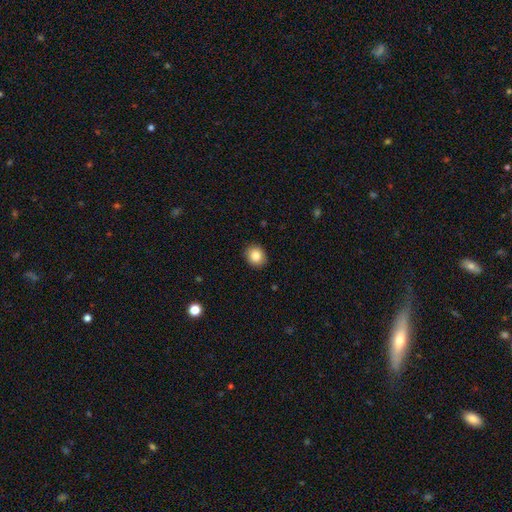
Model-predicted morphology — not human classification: type=smooth (86%); roundness=round (74%); merging=none (90%).